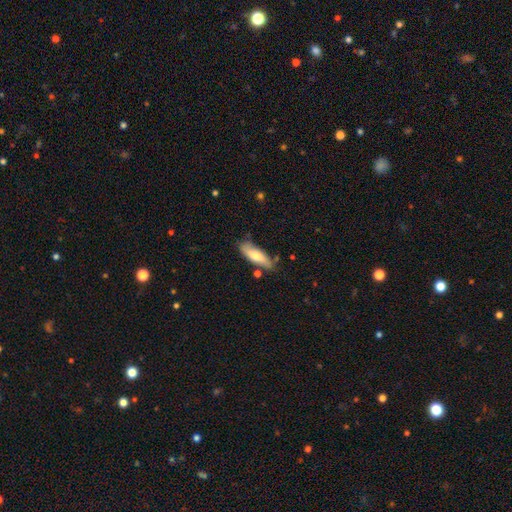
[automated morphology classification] type=smooth (69%); roundness=in between (59%); merging=none (72%).